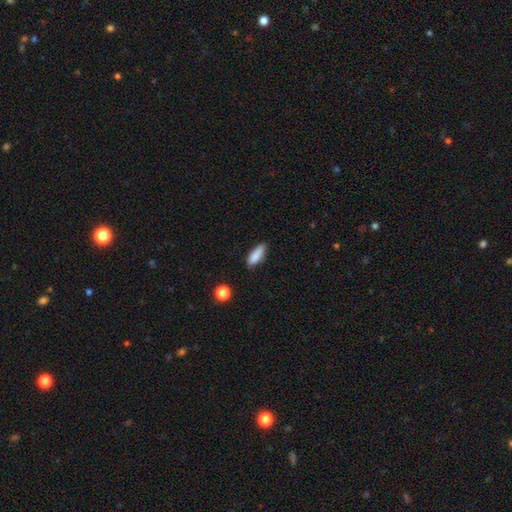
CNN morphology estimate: A smooth galaxy with no disk features (86%) that is in between round and cigar-shaped (65%).

Vote fractions:
- Smooth or featured? smooth: 86% / star or artifact: 8% / featured or disk: 6%
- How rounded? in between: 65% / cigar-shaped: 33% / round: 2%
- Merging? none: 75% / minor disturbance: 20% / major disturbance: 3% / merger: 2%